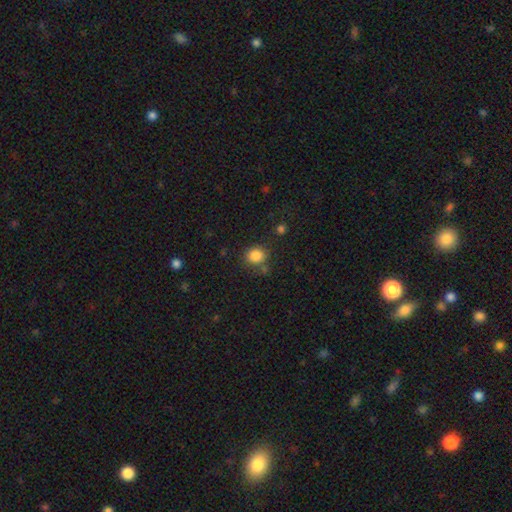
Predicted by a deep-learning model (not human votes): Smooth or featured: smooth — 85% (star or artifact — 11%)
How rounded: round — 75% (in between — 24%)
Merging: none — 75% (minor disturbance — 14%)